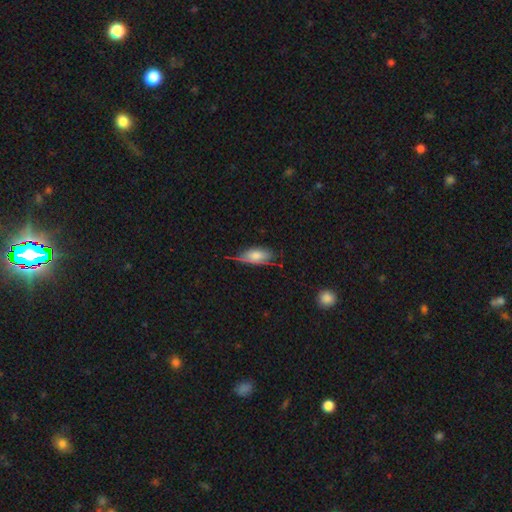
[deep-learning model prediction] This appears to be a smooth galaxy with no disk features (67%) that is in between round and cigar-shaped (88%). Merging: none (46%).